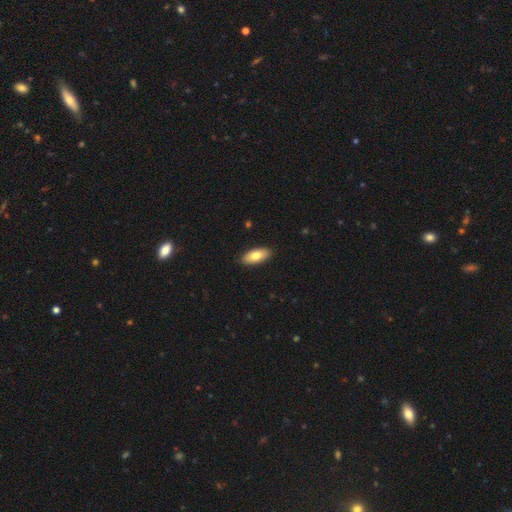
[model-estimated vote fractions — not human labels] A smooth galaxy with no disk features (78%) that is in between round and cigar-shaped (88%). Merging: none (89%).